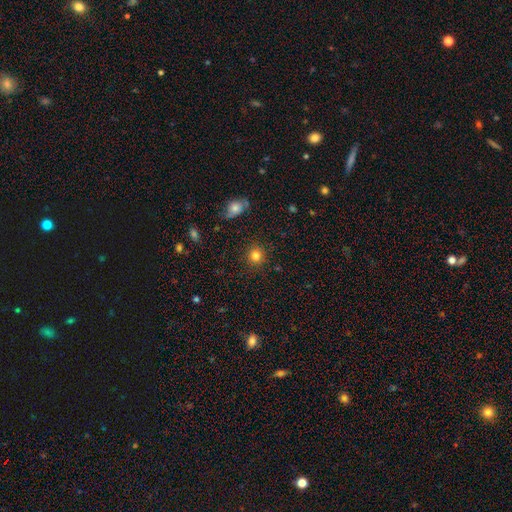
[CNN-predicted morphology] The model was most divided on "smooth or featured": smooth: 83%, star or artifact: 12%, featured or disk: 5%. More confident: merging — none (89%); how rounded — round (89%).